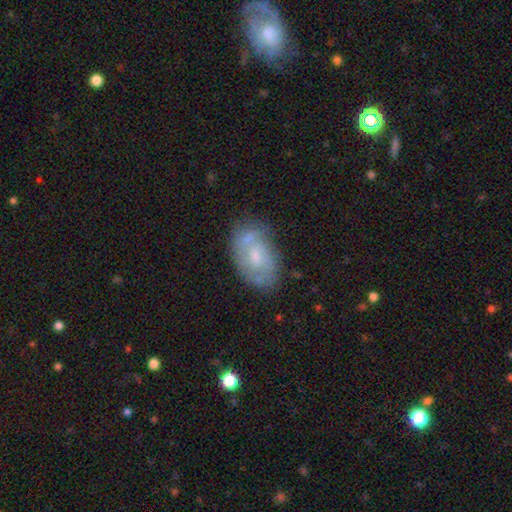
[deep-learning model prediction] A featured or disk galaxy (57%) with no bar (62%), spiral arms (69%) and a small central bulge (50%). Merging: none (64%).